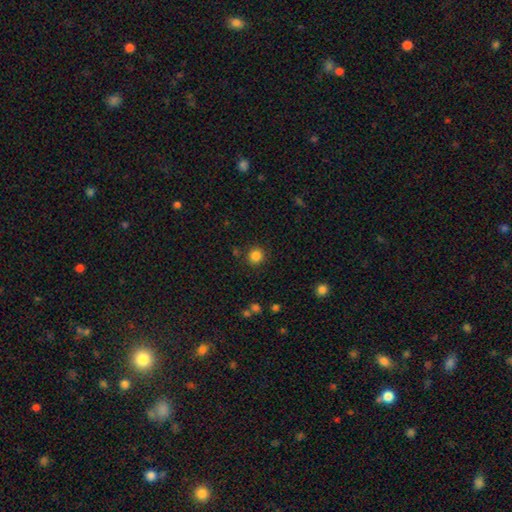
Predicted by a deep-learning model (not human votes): Morphology: type=smooth (84%); roundness=round (90%); merging=none (87%).